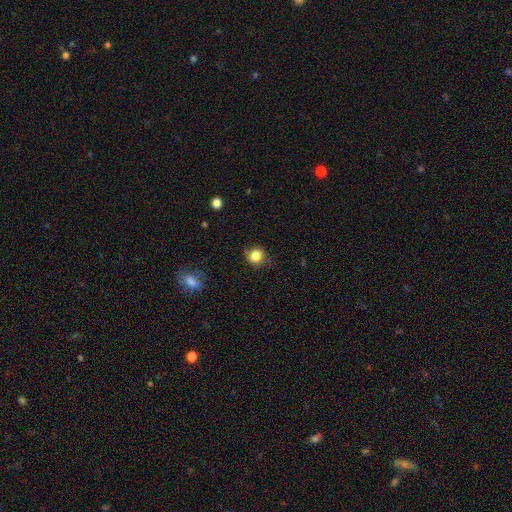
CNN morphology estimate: Overall: smooth (83%). How rounded: round (82%). Merging: none (74%).